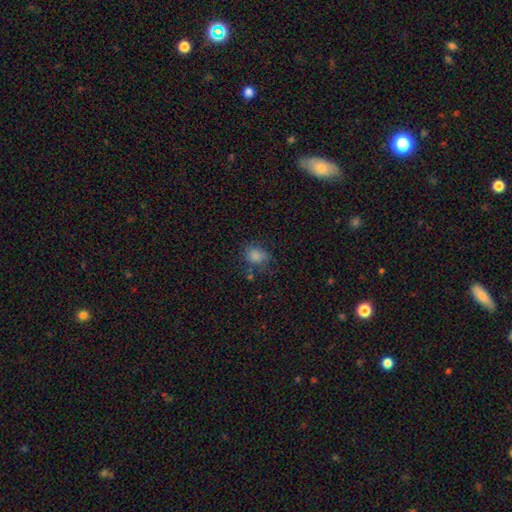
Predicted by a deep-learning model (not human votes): Overall: smooth (81%). How rounded: in between (56%; round 43%). Merging: none (59%; minor disturbance 25%).